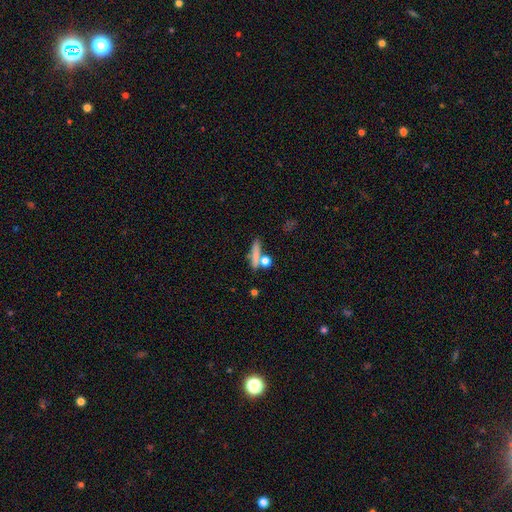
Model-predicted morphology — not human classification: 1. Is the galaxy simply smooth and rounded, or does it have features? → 72% smooth, 18% featured or disk, 11% star or artifact.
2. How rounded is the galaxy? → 67% cigar-shaped, 18% in between, 15% round.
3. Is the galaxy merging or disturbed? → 64% none, 18% merger, 12% minor disturbance, 6% major disturbance.